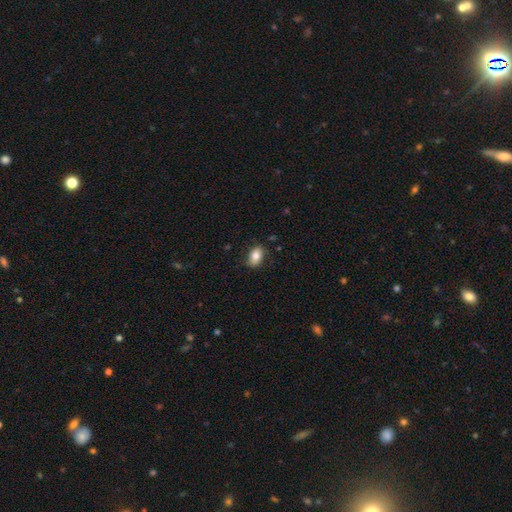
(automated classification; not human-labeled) The model was most divided on "merging": none: 82%, minor disturbance: 14%, major disturbance: 3%, merger: 1%. More confident: how rounded — in between (88%); smooth or featured — smooth (81%).